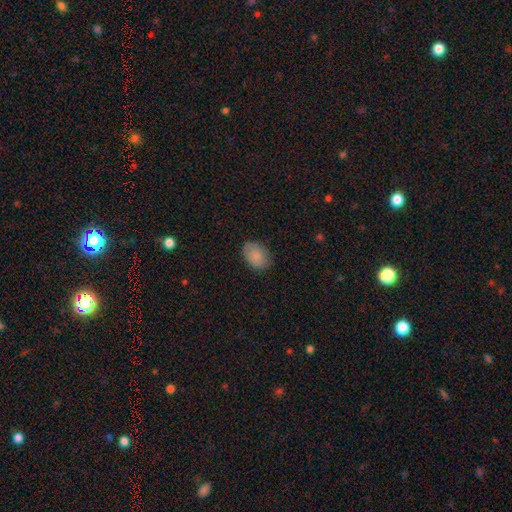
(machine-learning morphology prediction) This is clearly a smooth galaxy (85%). How rounded: likely in between (78%). Merging: likely none (79%).